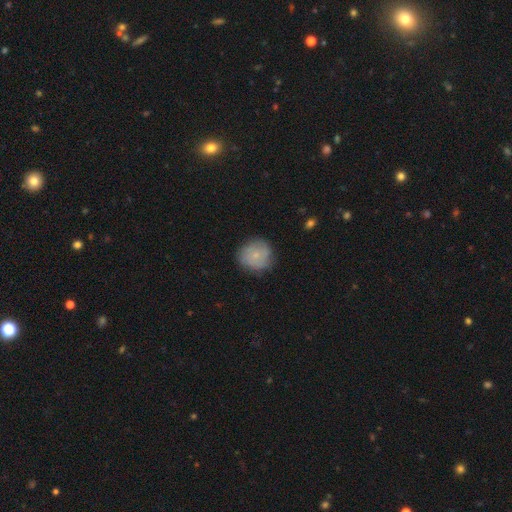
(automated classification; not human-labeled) smooth 66%, featured or disk 26%, star or artifact 8%. Down the decision tree: how rounded — round (88%); merging — none (77%).